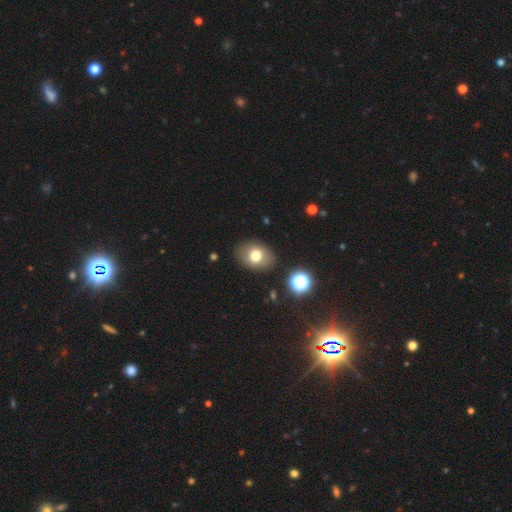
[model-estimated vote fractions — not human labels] Morphology: type=smooth (75%); roundness=in between (67%); merging=none (84%).